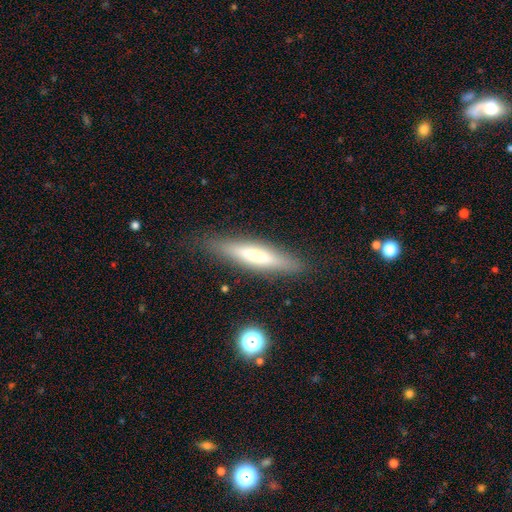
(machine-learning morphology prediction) A smooth galaxy with no disk features (56%) that is cigar-shaped (85%). Merging: none (85%).